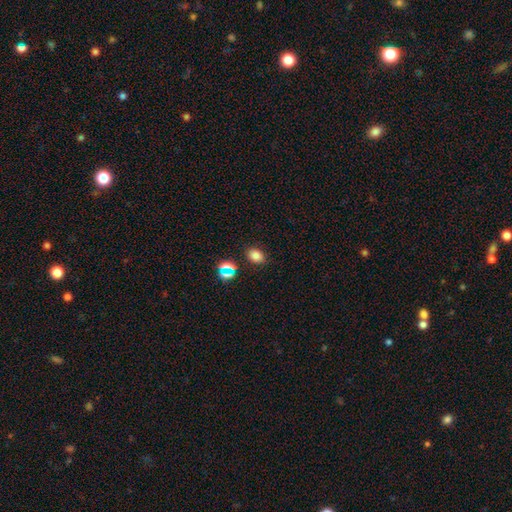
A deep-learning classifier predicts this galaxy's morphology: Smooth or featured: smooth — 77% (star or artifact — 17%)
How rounded: in between — 71% (round — 28%)
Merging: none — 84% (minor disturbance — 9%)